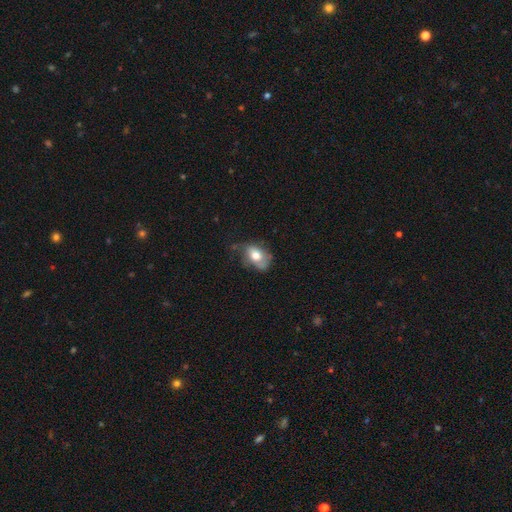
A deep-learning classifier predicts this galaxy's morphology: smooth-or-featured: smooth: 67% | featured or disk: 25% | star or artifact: 8%
  how-rounded: in between: 79% | round: 19% | cigar-shaped: 2%
  merging: none: 46% | minor disturbance: 35% | major disturbance: 16% | merger: 3%